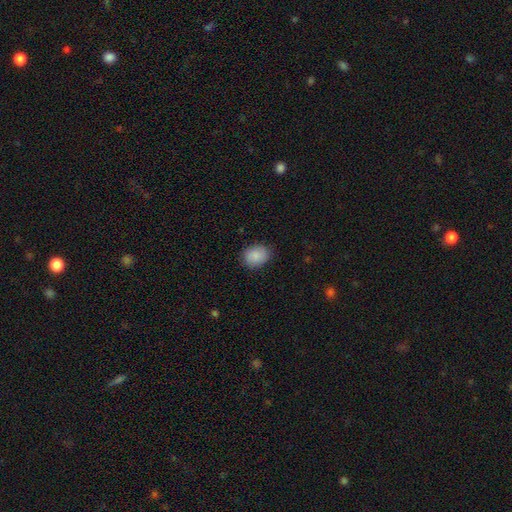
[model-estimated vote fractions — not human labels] Morphology: type=smooth (87%); roundness=in between (50%); merging=none (83%).